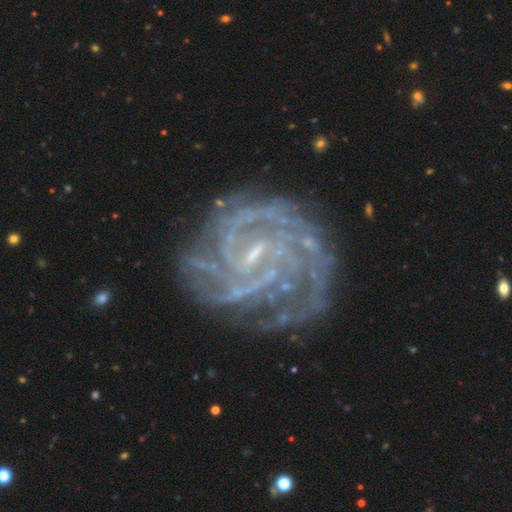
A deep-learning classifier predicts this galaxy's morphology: This is clearly a featured or disk galaxy (90%). It is clearly not viewed edge-on (98%). Bar: possibly weak (52%). Spiral arm pattern: clearly yes (97%). Spiral arm count: marginally can't tell (24%). Spiral winding: likely tight (68%). Central bulge: likely small (71%). Merging: likely none (72%).